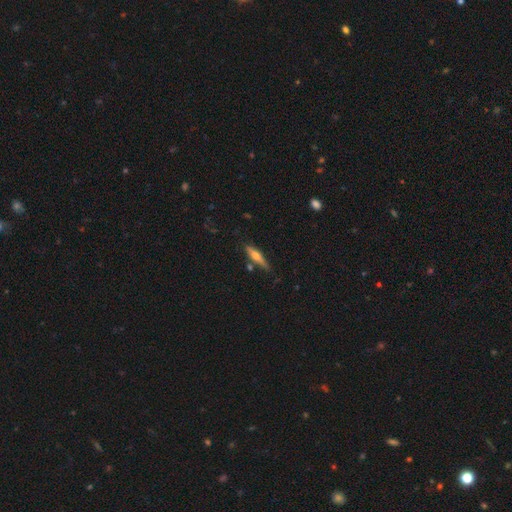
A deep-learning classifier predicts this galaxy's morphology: type=featured or disk (53%); edge-on=yes (93%); merging=none (72%).